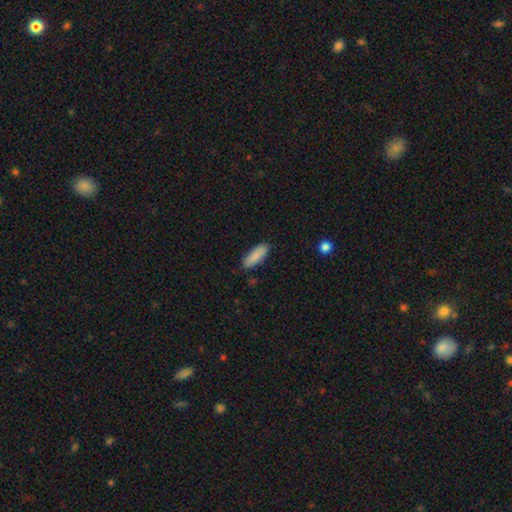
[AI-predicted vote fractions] The model was most divided on "how rounded": in between: 64%, cigar-shaped: 34%, round: 2%. More confident: merging — none (86%); smooth or featured — smooth (86%).